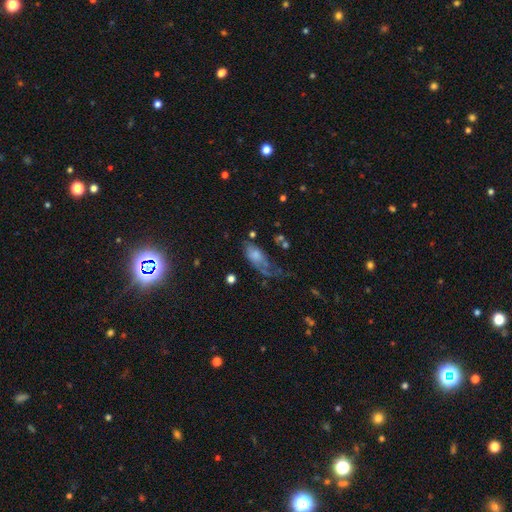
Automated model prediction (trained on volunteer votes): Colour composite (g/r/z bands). It shows a smooth galaxy with no disk features (53%) that is in between round and cigar-shaped (83%). Merging: major disturbance (47%).